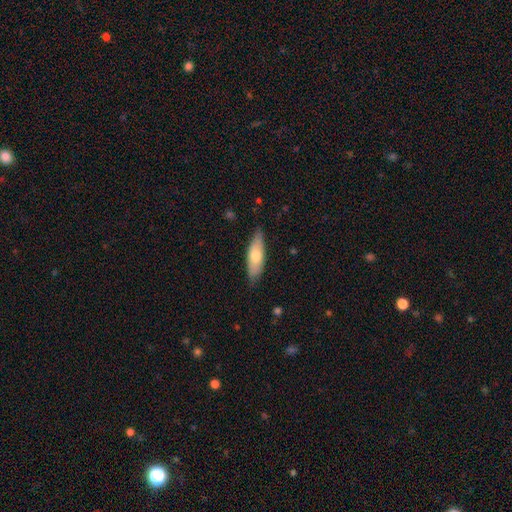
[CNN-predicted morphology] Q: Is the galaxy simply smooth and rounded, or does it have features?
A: smooth — 65%.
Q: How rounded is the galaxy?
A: in between — 57%.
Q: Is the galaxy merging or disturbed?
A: none — 81%.